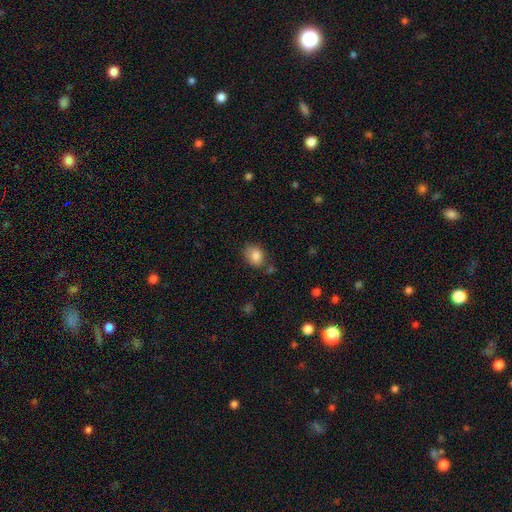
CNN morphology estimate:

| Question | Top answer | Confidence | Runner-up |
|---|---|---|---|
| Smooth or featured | smooth | 84% | star or artifact (9%) |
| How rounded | in between | 56% | round (43%) |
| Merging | none | 68% | minor disturbance (21%) |